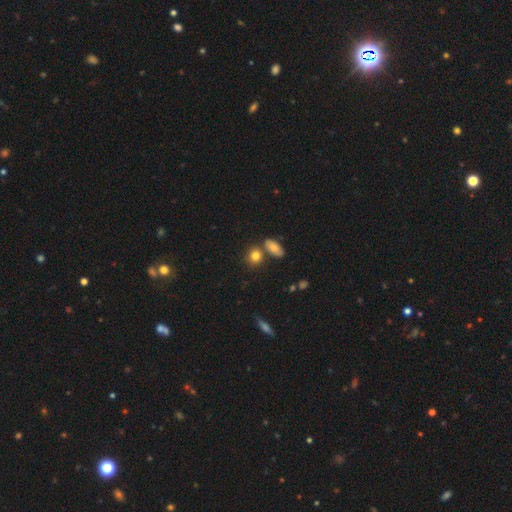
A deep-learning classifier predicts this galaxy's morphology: A smooth galaxy with no disk features (82%) that is round (62%).

Vote fractions:
- Smooth or featured? smooth: 82% / star or artifact: 10% / featured or disk: 8%
- How rounded? round: 62% / in between: 35% / cigar-shaped: 3%
- Merging? none: 66% / merger: 19% / minor disturbance: 11% / major disturbance: 3%